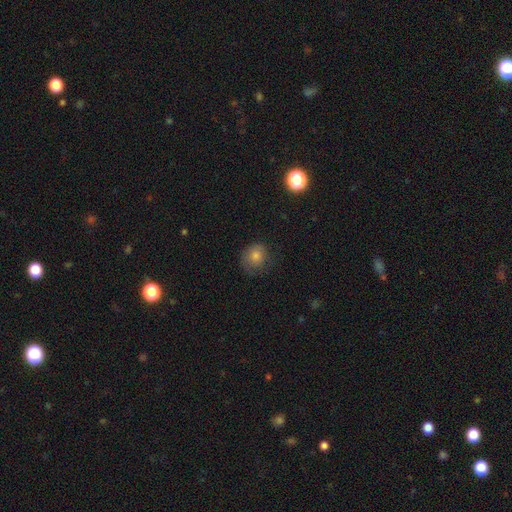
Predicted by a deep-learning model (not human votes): A smooth galaxy with no disk features (69%) that is round (79%).

Vote fractions:
- Smooth or featured? smooth: 69% / star or artifact: 16% / featured or disk: 15%
- How rounded? round: 79% / in between: 20% / cigar-shaped: 1%
- Merging? none: 69% / minor disturbance: 21% / major disturbance: 9% / merger: 1%